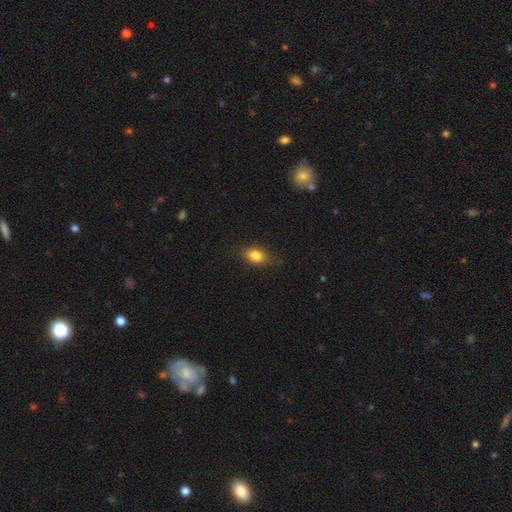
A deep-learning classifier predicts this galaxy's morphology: Smooth or featured: smooth — 82% (featured or disk — 9%)
How rounded: in between — 79% (round — 17%)
Merging: none — 79% (minor disturbance — 16%)